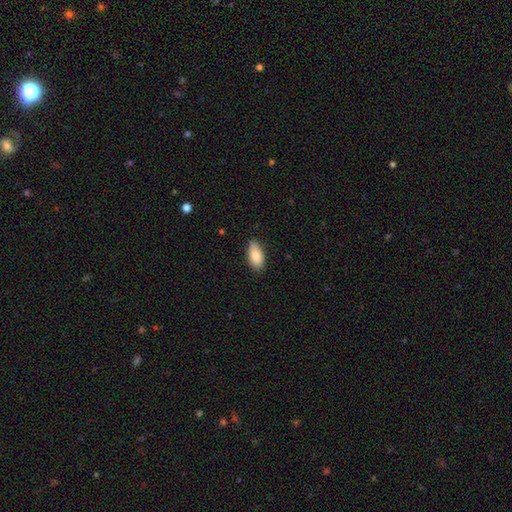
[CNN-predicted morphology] type=smooth (87%); roundness=in between (93%); merging=none (80%).